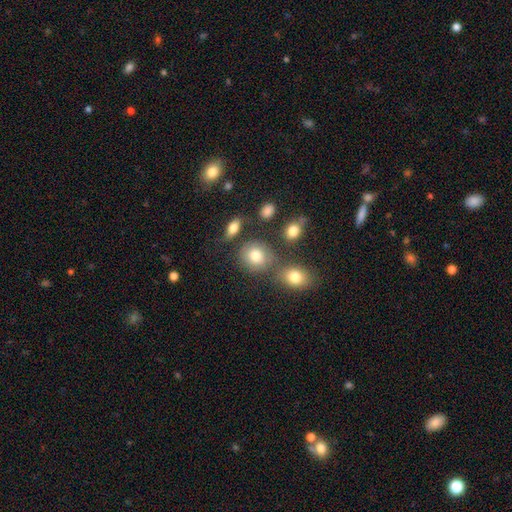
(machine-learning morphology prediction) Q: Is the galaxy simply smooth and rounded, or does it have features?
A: smooth — 77%.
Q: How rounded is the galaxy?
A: round — 74%.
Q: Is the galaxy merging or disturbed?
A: none — 66%.